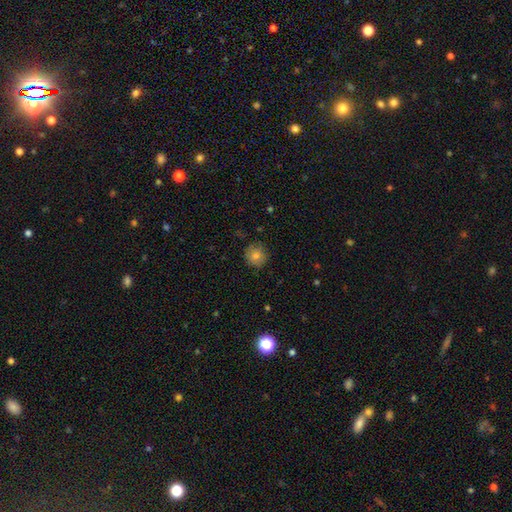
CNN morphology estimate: Q: Smooth or featured?
A: smooth (76%); runner-up: featured or disk (15%)
Q: How rounded?
A: round (89%); runner-up: in between (10%)
Q: Merging?
A: none (80%); runner-up: minor disturbance (15%)